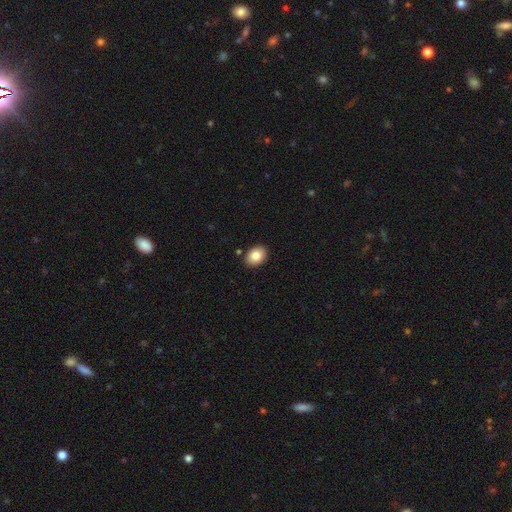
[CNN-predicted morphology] A smooth galaxy with no disk features (85%) that is in between round and cigar-shaped (70%).

Vote fractions:
- Smooth or featured? smooth: 85% / featured or disk: 8% / star or artifact: 7%
- How rounded? in between: 70% / round: 29% / cigar-shaped: 1%
- Merging? none: 89% / minor disturbance: 8% / merger: 2% / major disturbance: 2%